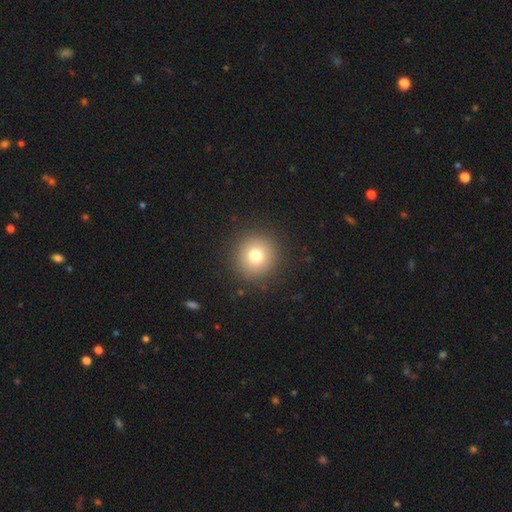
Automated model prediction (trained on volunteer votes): smooth_or_featured: smooth (p=0.77) [alt: star or artifact p=0.13]
how_rounded: round (p=0.94) [alt: in between p=0.05]
merging: none (p=0.90) [alt: minor disturbance p=0.06]